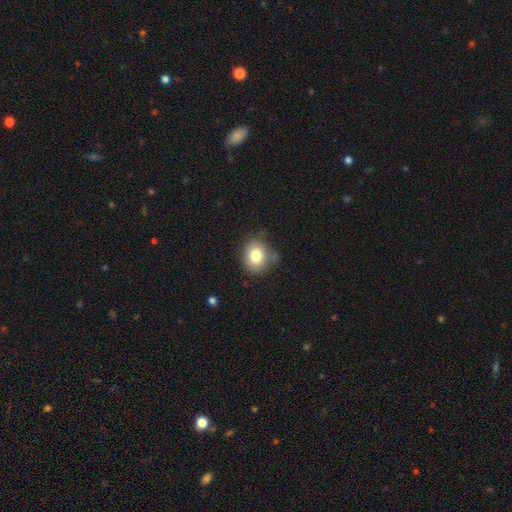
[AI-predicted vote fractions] Smooth or featured? Predicted: smooth (p=0.80). How rounded? Predicted: round (p=0.59). Merging? Predicted: none (p=0.73).